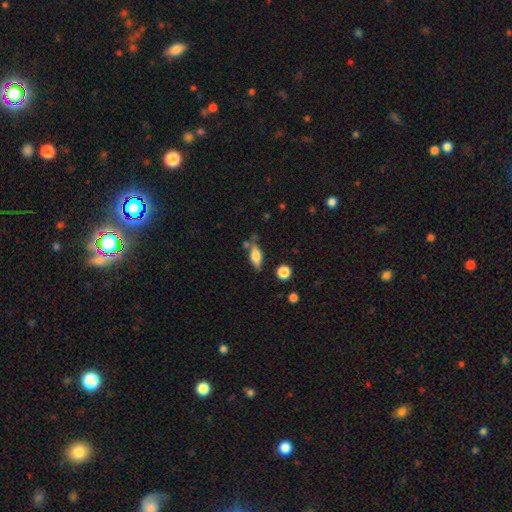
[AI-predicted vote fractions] smooth-or-featured: smooth: 64% | featured or disk: 28% | star or artifact: 8%
  how-rounded: in between: 70% | cigar-shaped: 25% | round: 4%
  merging: none: 64% | minor disturbance: 20% | merger: 10% | major disturbance: 6%